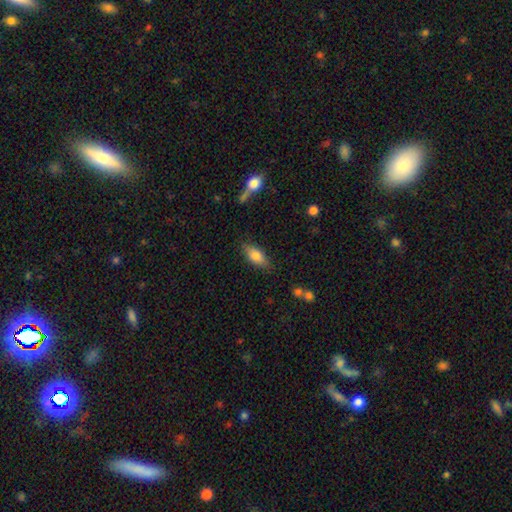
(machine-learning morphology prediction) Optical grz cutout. It shows a smooth galaxy with no disk features (74%) that is in between round and cigar-shaped (80%). Merging: none (80%).